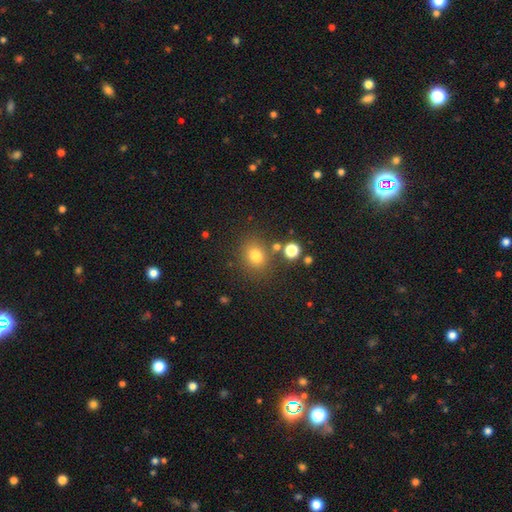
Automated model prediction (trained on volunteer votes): smooth 76%, star or artifact 16%, featured or disk 8%. Down the decision tree: how rounded — round (67%); merging — none (78%).